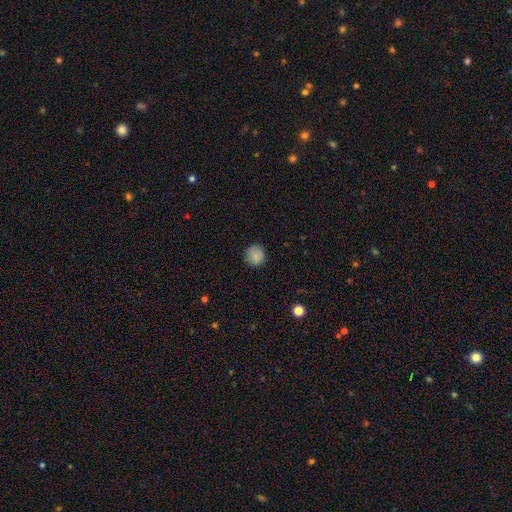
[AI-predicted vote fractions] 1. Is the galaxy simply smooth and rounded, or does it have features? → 86% smooth, 9% star or artifact, 5% featured or disk.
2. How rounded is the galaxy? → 91% round, 8% in between, 1% cigar-shaped.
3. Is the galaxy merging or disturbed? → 88% none, 9% minor disturbance, 2% major disturbance, 1% merger.